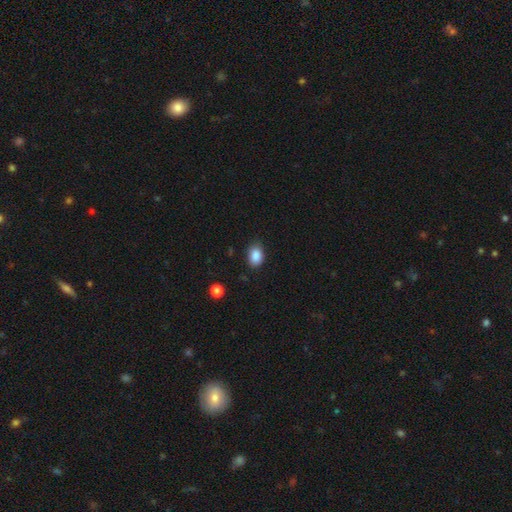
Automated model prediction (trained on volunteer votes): A smooth galaxy with no disk features (87%) that is in between round and cigar-shaped (78%).

Vote fractions:
- Smooth or featured? smooth: 87% / star or artifact: 9% / featured or disk: 4%
- How rounded? in between: 78% / round: 21% / cigar-shaped: 1%
- Merging? none: 78% / minor disturbance: 18% / major disturbance: 3% / merger: 1%